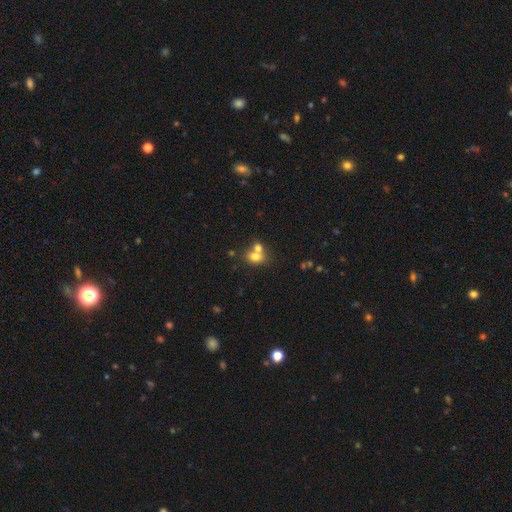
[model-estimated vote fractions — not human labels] smooth-or-featured: smooth: 73% | featured or disk: 15% | star or artifact: 12%
  how-rounded: in between: 54% | round: 45% | cigar-shaped: 1%
  merging: merger: 56% | none: 32% | minor disturbance: 8% | major disturbance: 4%